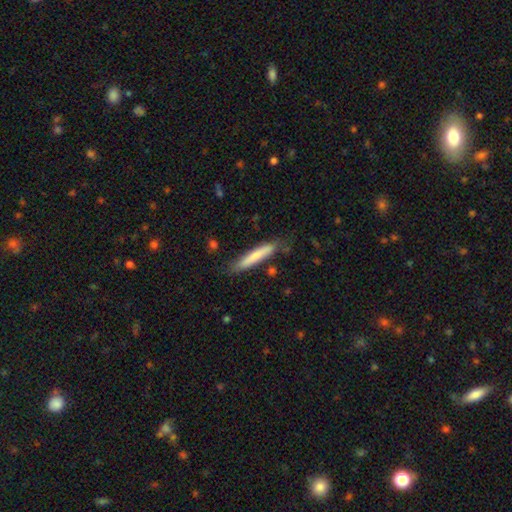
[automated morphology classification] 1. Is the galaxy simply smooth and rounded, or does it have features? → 72% smooth, 22% featured or disk, 6% star or artifact.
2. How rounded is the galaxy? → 92% cigar-shaped, 7% in between, 1% round.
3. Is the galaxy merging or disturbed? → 77% none, 17% minor disturbance, 3% major disturbance, 3% merger.